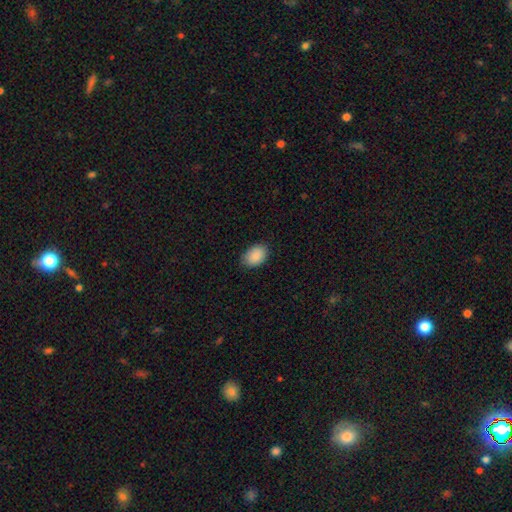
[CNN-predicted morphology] A smooth galaxy with no disk features (89%) that is in between round and cigar-shaped (82%). Merging: none (83%).